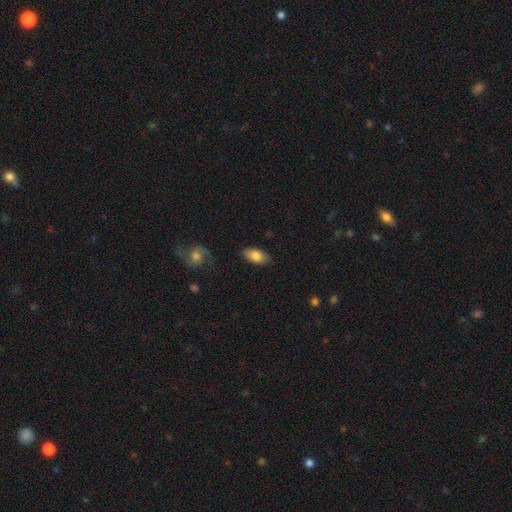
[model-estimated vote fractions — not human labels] Smooth or featured? Predicted: smooth (p=0.81). How rounded? Predicted: in between (p=0.92). Merging? Predicted: none (p=0.82).